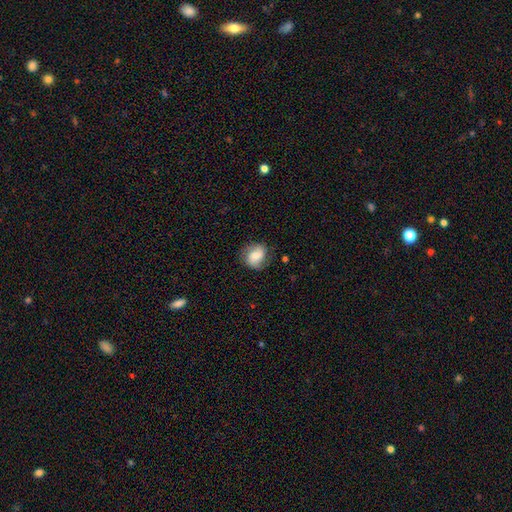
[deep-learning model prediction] smooth 60%, featured or disk 31%, star or artifact 8%. Down the decision tree: how rounded — round (61%); merging — none (71%).